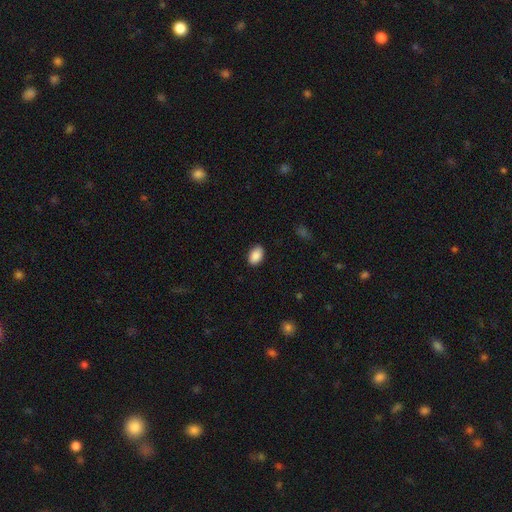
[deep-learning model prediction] Smooth or featured? Predicted: smooth (p=0.90). How rounded? Predicted: in between (p=0.90). Merging? Predicted: none (p=0.88).